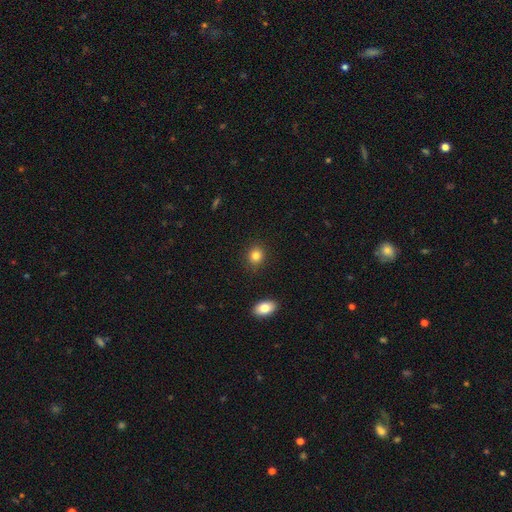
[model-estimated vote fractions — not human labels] This appears to be a smooth galaxy with no disk features (84%) that is round (70%). Merging: none (88%).